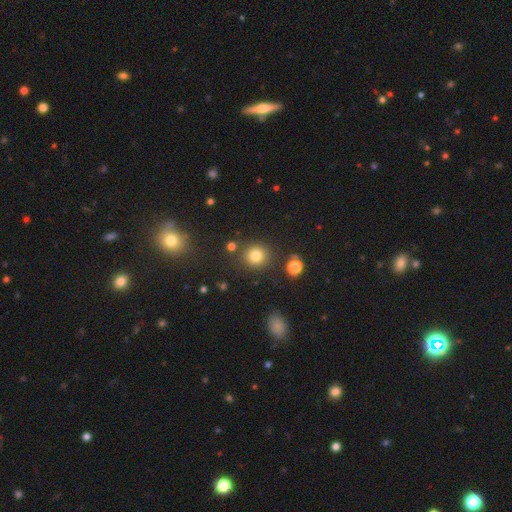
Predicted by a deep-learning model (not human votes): A smooth galaxy with no disk features (80%) that is round (90%).

Vote fractions:
- Smooth or featured? smooth: 80% / star or artifact: 14% / featured or disk: 6%
- How rounded? round: 90% / in between: 9% / cigar-shaped: 1%
- Merging? none: 84% / minor disturbance: 8% / merger: 5% / major disturbance: 3%